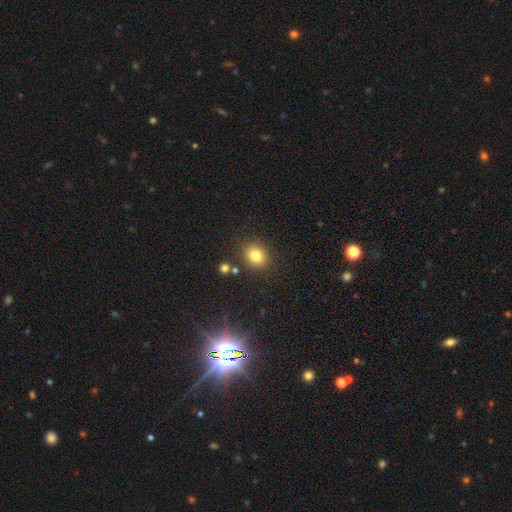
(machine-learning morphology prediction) This appears to be a smooth galaxy with no disk features (81%) that is round (77%). Merging: none (84%).